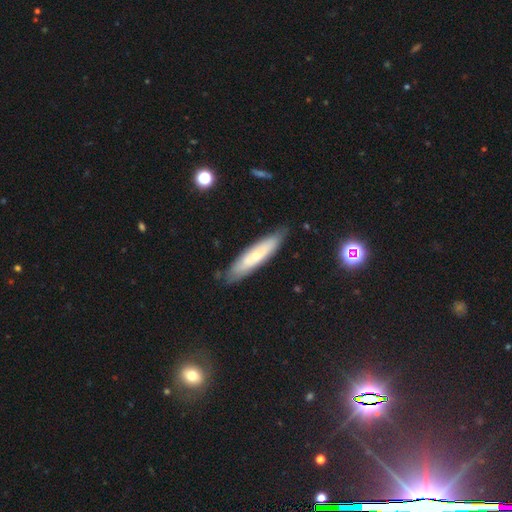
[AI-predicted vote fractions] The model was most divided on "smooth or featured": featured or disk: 49%, smooth: 45%, star or artifact: 6%. More confident: merging — none (81%).